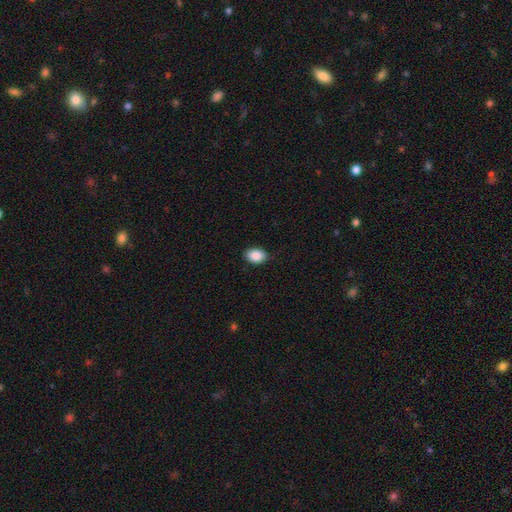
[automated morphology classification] Smooth or featured: smooth — 88% (star or artifact — 8%)
How rounded: in between — 78% (round — 21%)
Merging: none — 87% (minor disturbance — 10%)